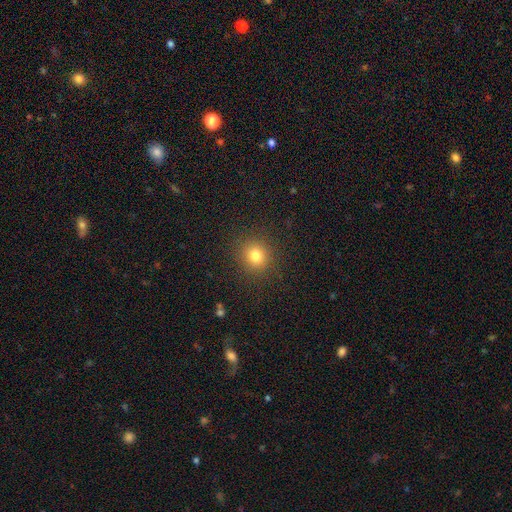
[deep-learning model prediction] smooth_or_featured: smooth (p=0.79) [alt: star or artifact p=0.14]
how_rounded: round (p=0.89) [alt: in between p=0.10]
merging: none (p=0.89) [alt: minor disturbance p=0.07]